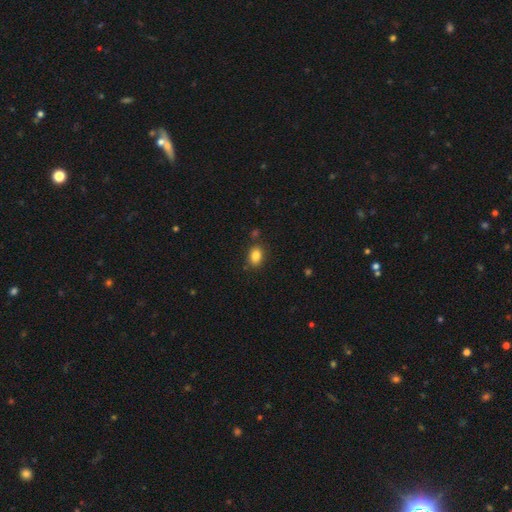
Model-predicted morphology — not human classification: Q: Smooth or featured?
A: smooth (84%); runner-up: star or artifact (10%)
Q: How rounded?
A: in between (69%); runner-up: round (29%)
Q: Merging?
A: none (83%); runner-up: minor disturbance (11%)